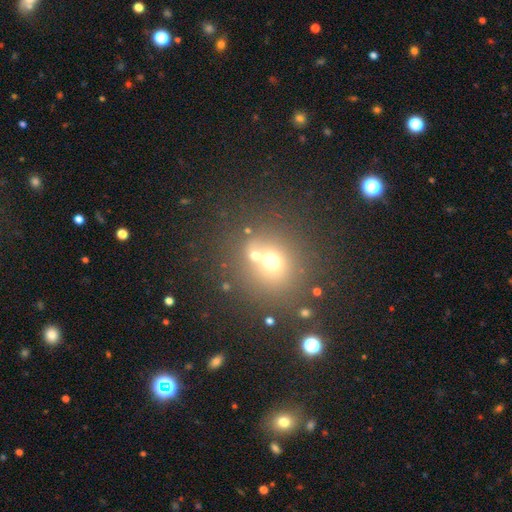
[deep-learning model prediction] This is likely a smooth galaxy (62%). How rounded: clearly round (82%). Merging: possibly none (50%).